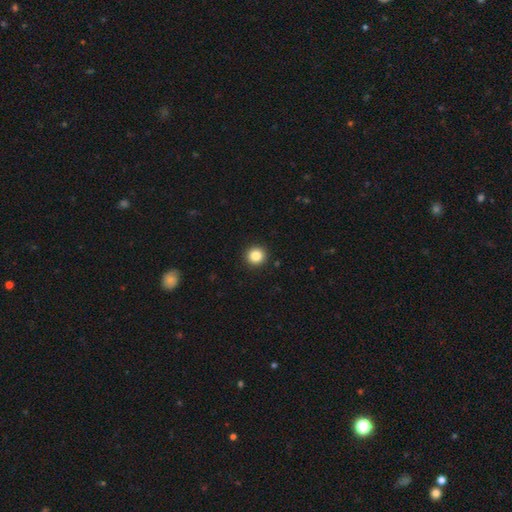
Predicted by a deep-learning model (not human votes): Smooth or featured?
  - smooth: 85% *
  - star or artifact: 10%
  - featured or disk: 5%
How rounded?
  - round: 94% *
  - in between: 5%
  - cigar-shaped: 1%
Merging?
  - none: 93% *
  - minor disturbance: 4%
  - major disturbance: 2%
  - merger: 1%